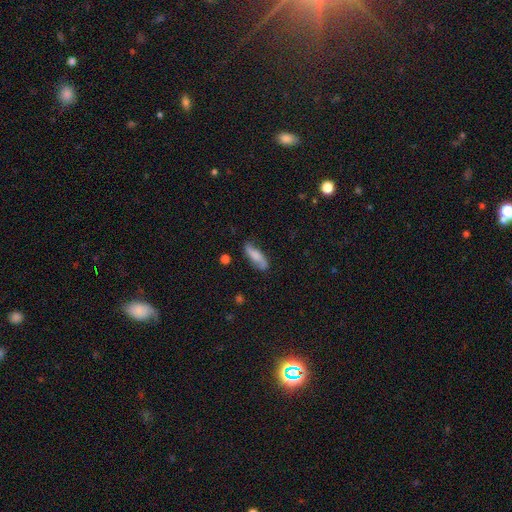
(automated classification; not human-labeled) A smooth galaxy with no disk features (54%) that is in between round and cigar-shaped (53%). Merging: none (69%).